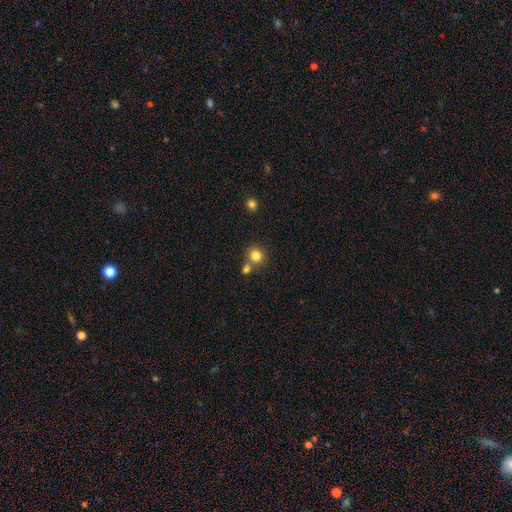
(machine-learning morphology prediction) smooth-or-featured: smooth: 82% | star or artifact: 12% | featured or disk: 7%
  how-rounded: round: 84% | in between: 15% | cigar-shaped: 1%
  merging: none: 63% | merger: 26% | minor disturbance: 9% | major disturbance: 3%